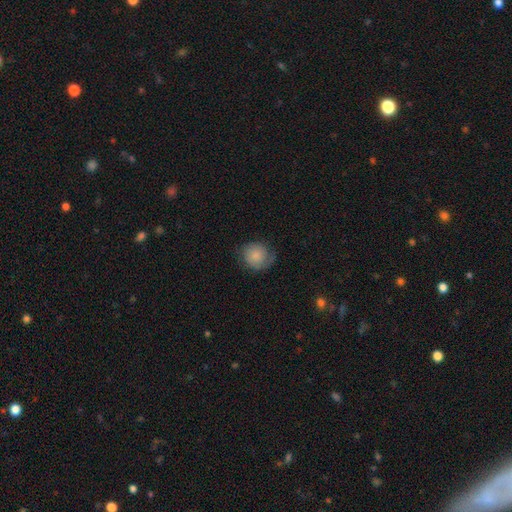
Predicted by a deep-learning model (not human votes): Smooth or featured?
  - smooth: 63% *
  - featured or disk: 30%
  - star or artifact: 8%
How rounded?
  - round: 82% *
  - in between: 17%
  - cigar-shaped: 1%
Merging?
  - none: 63% *
  - minor disturbance: 24%
  - major disturbance: 12%
  - merger: 1%